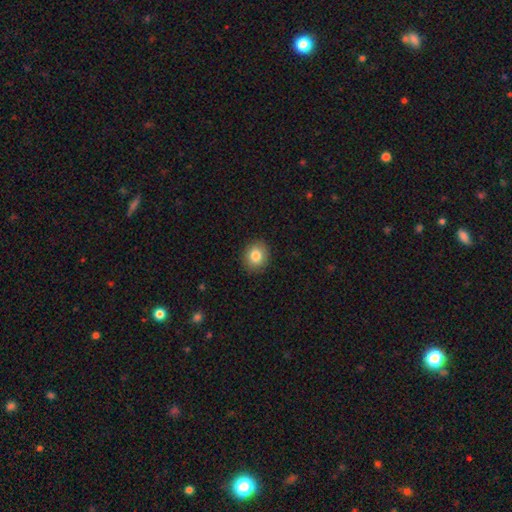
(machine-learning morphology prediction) This appears to be a smooth galaxy with no disk features (83%) that is round (73%). Merging: none (90%).